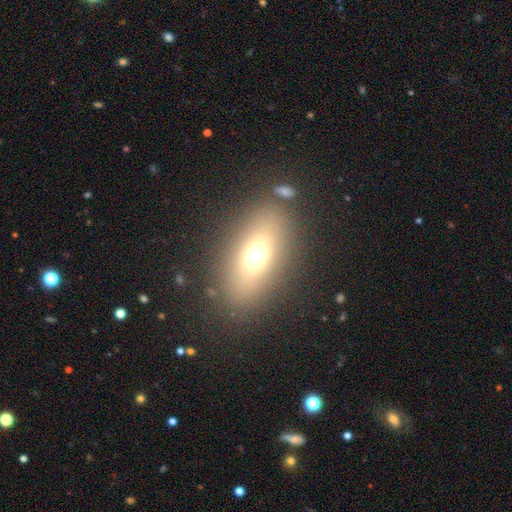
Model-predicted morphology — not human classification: Overall: smooth (64%). How rounded: in between (76%). Merging: none (81%).